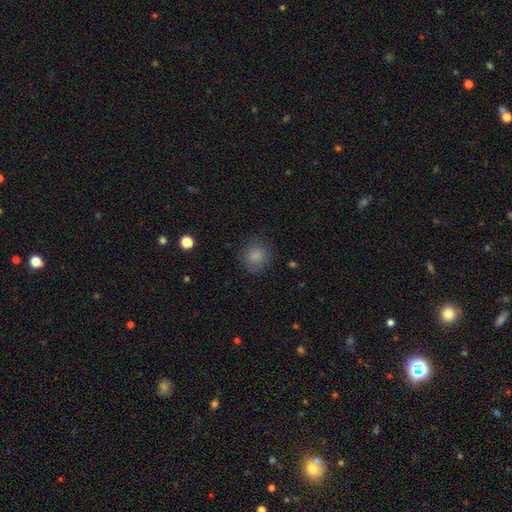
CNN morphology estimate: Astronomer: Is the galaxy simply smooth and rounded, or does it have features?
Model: smooth — 85%.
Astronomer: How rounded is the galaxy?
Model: round — 83%.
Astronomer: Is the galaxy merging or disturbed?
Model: none — 83%.